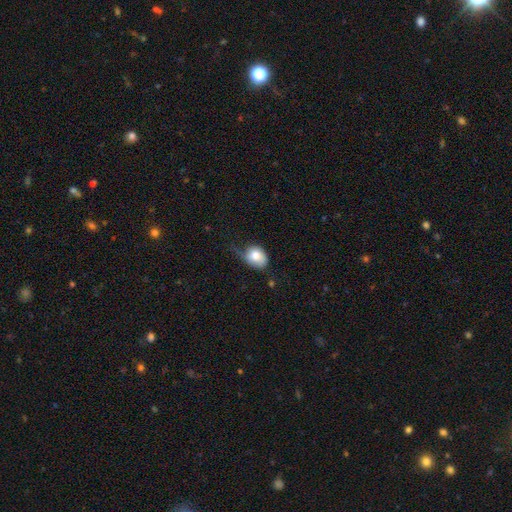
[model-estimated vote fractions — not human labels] smooth_or_featured: smooth (p=0.78) [alt: featured or disk p=0.15]
how_rounded: in between (p=0.55) [alt: round p=0.44]
merging: minor disturbance (p=0.43) [alt: none p=0.29]